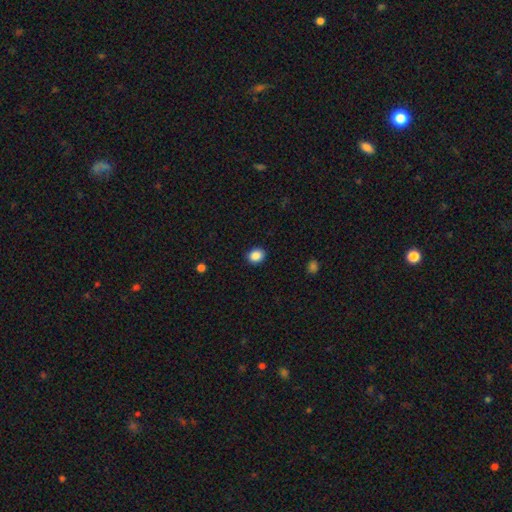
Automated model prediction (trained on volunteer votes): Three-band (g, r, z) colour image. It shows a smooth galaxy with no disk features (88%) that is round (57%). Merging: none (90%).